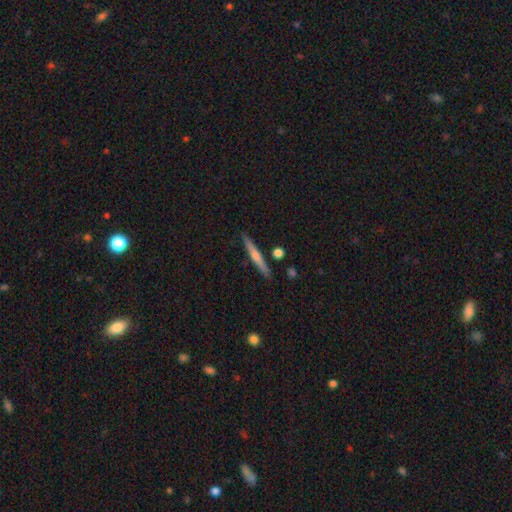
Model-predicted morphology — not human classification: Q: Smooth or featured?
A: featured or disk (62%); runner-up: smooth (32%)
Q: Edge-on disk?
A: yes (97%); runner-up: no (3%)
Q: Edge-on bulge?
A: rounded (75%); runner-up: none (20%)
Q: Merging?
A: none (90%); runner-up: minor disturbance (6%)